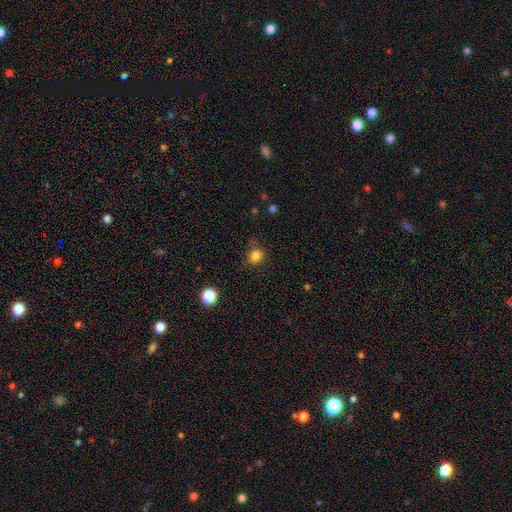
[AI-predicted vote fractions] Smooth or featured: smooth — 83% (star or artifact — 13%)
How rounded: round — 69% (in between — 30%)
Merging: none — 73% (minor disturbance — 17%)